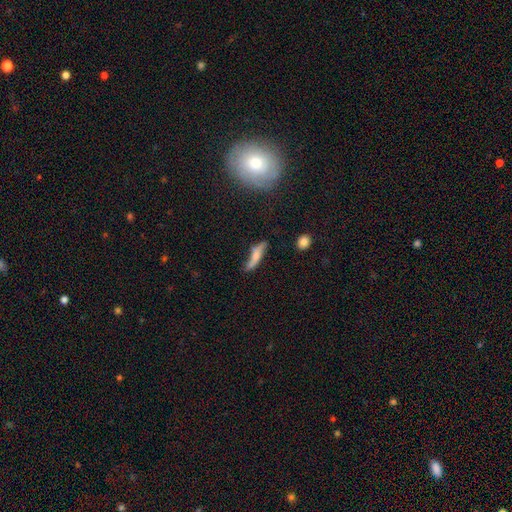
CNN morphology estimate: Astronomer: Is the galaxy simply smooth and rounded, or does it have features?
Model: smooth — 48% (runner-up: featured or disk, 43%).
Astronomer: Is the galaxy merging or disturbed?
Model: none — 52% (runner-up: minor disturbance, 28%).